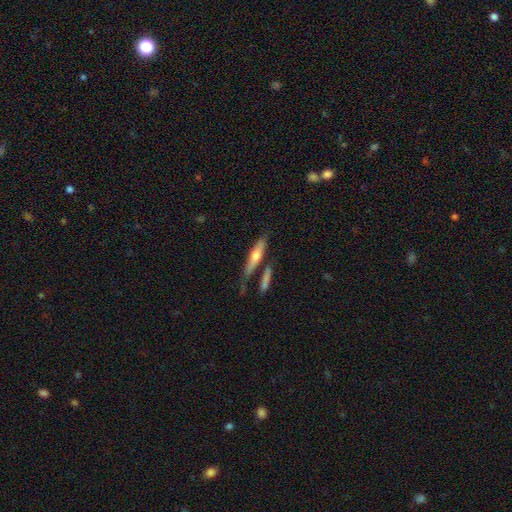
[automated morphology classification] smooth_or_featured: smooth (p=0.50) [alt: featured or disk p=0.44]
how_rounded: cigar-shaped (p=0.80) [alt: in between p=0.17]
merging: none (p=0.64) [alt: minor disturbance p=0.15]